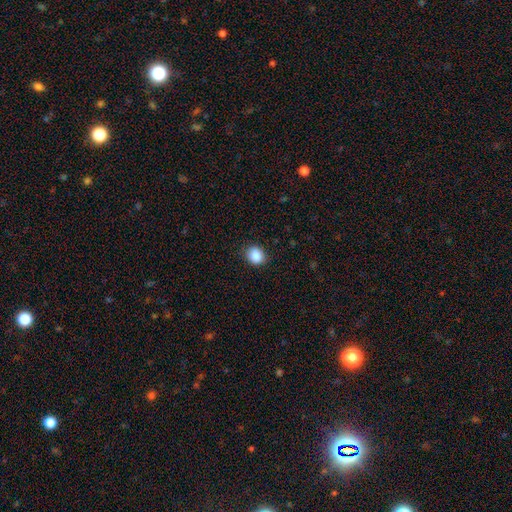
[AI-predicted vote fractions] Smooth or featured: smooth — 87% (star or artifact — 9%)
How rounded: round — 65% (in between — 34%)
Merging: none — 87% (minor disturbance — 9%)